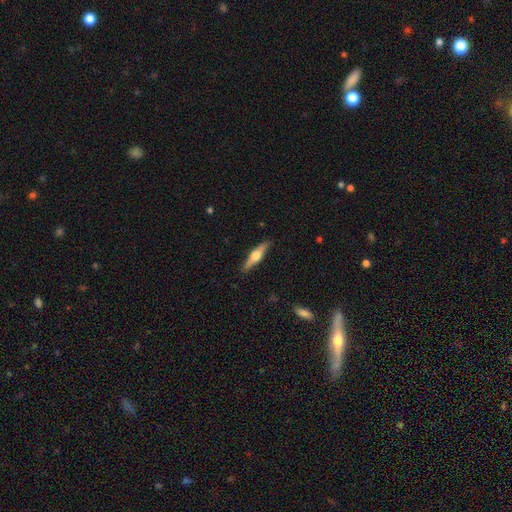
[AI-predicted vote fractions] featured or disk 61%, smooth 33%, star or artifact 5%. Down the decision tree: edge-on disk — yes (96%); edge-on bulge — rounded (93%); merging — none (89%).